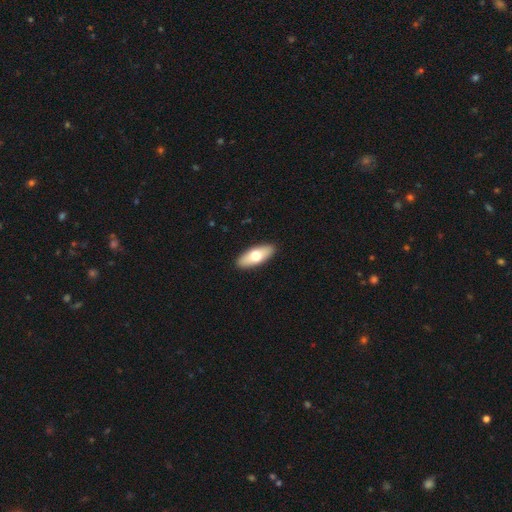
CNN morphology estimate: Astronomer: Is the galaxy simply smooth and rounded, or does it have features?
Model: smooth — 65%.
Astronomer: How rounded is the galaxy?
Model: in between — 78%.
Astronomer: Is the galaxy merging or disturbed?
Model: none — 91%.